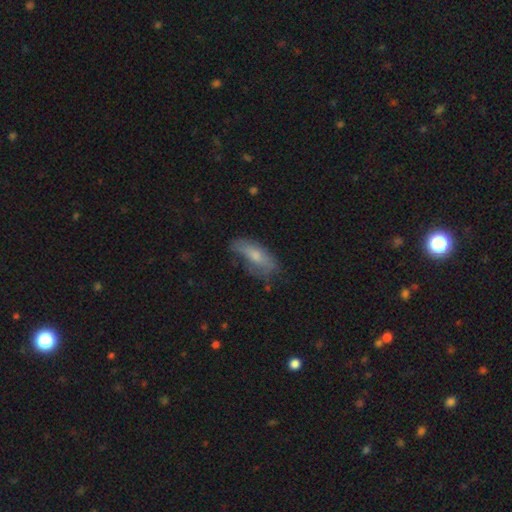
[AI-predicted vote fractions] Smooth or featured: smooth — 61% (featured or disk — 32%)
How rounded: in between — 73% (cigar-shaped — 24%)
Merging: none — 45% (minor disturbance — 32%)